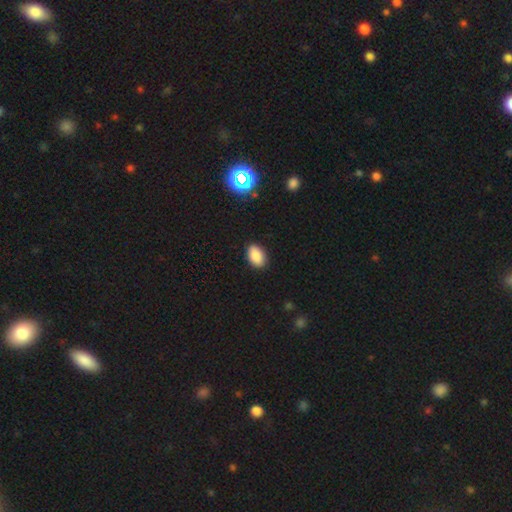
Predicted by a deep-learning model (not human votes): Morphology: type=smooth (87%); roundness=in between (91%); merging=none (87%).